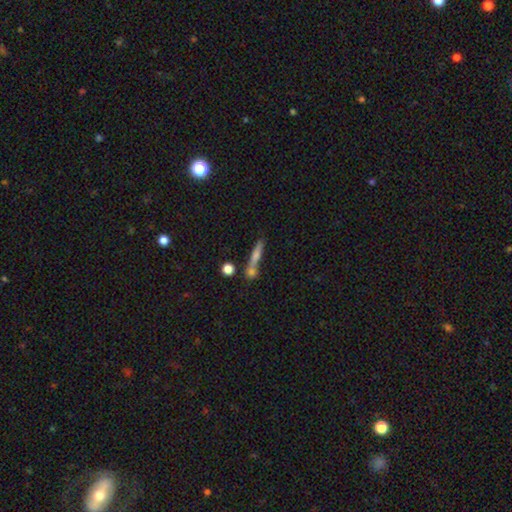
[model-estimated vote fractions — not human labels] The model was most divided on "merging": none: 58%, merger: 23%, minor disturbance: 13%, major disturbance: 6%. More confident: how rounded — cigar-shaped (84%); smooth or featured — smooth (64%).